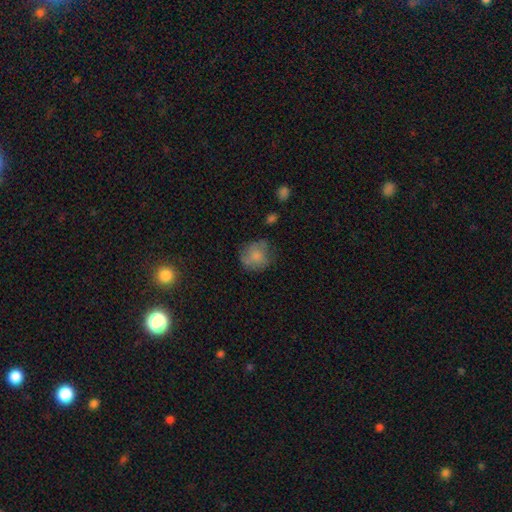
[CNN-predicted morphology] smooth_or_featured: smooth (p=0.71) [alt: featured or disk p=0.20]
how_rounded: round (p=0.79) [alt: in between p=0.20]
merging: none (p=0.58) [alt: minor disturbance p=0.26]